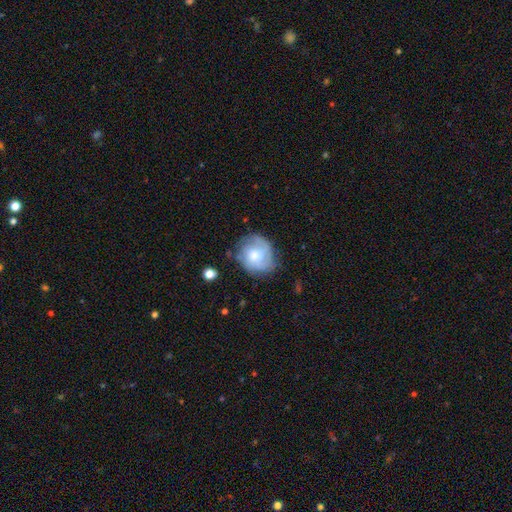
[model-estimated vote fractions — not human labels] The model was most divided on "smooth or featured": featured or disk: 47%, smooth: 46%, star or artifact: 7%. More confident: merging — none (59%).